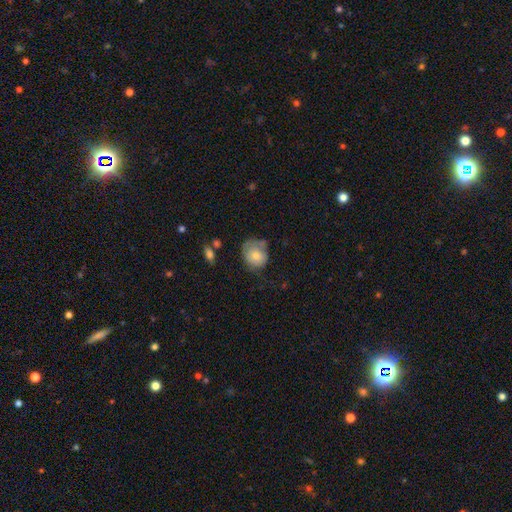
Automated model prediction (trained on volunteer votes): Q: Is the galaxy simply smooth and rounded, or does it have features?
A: smooth — 73%.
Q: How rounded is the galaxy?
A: round — 73%.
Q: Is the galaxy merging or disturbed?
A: none — 47%.